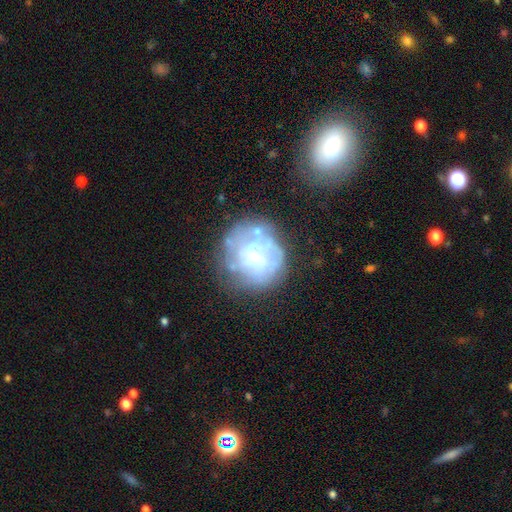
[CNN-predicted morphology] featured or disk 60%, smooth 30%, star or artifact 10%. Down the decision tree: edge-on disk — no (98%); bar — no (79%); spiral arms — no (67%); bulge size — small (57%); merging — none (56%).